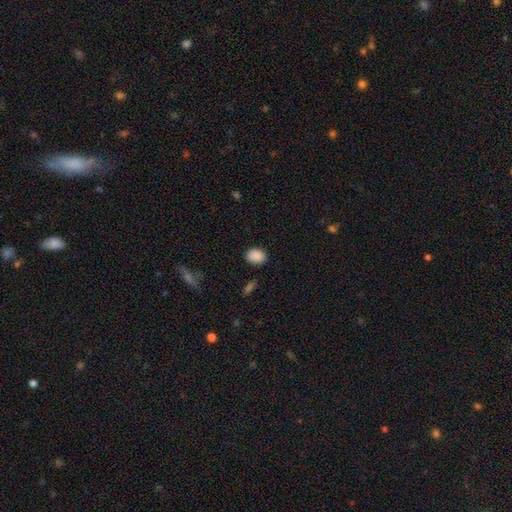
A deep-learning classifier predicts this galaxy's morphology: Q: Smooth or featured?
A: smooth (88%); runner-up: star or artifact (8%)
Q: How rounded?
A: in between (67%); runner-up: round (32%)
Q: Merging?
A: none (87%); runner-up: minor disturbance (9%)